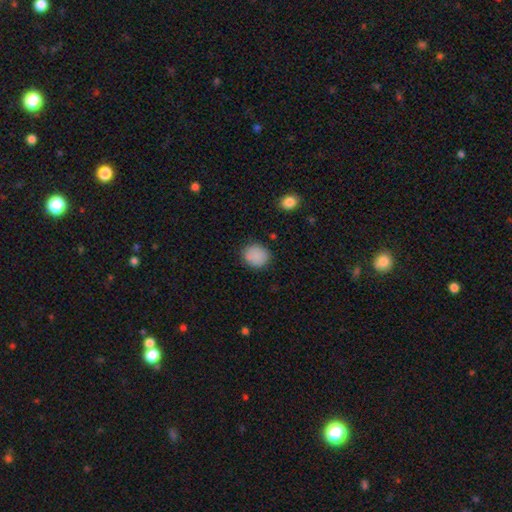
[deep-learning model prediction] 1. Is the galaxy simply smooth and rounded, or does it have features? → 87% smooth, 9% star or artifact, 4% featured or disk.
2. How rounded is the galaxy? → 79% round, 20% in between, 1% cigar-shaped.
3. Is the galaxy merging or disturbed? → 85% none, 11% minor disturbance, 3% major disturbance, 2% merger.